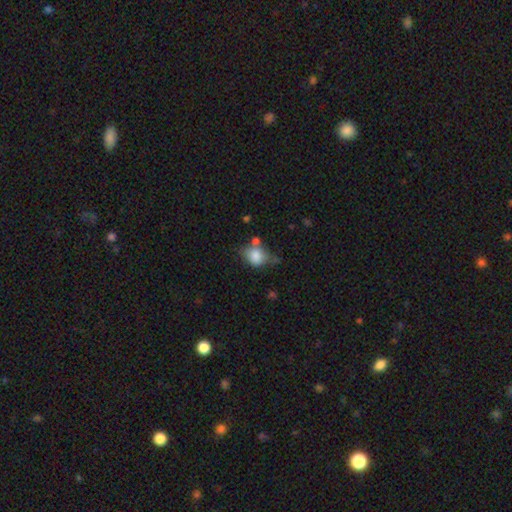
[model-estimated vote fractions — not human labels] This is likely a smooth galaxy (80%). How rounded: possibly in between (55%). Merging: marginally none (44%).